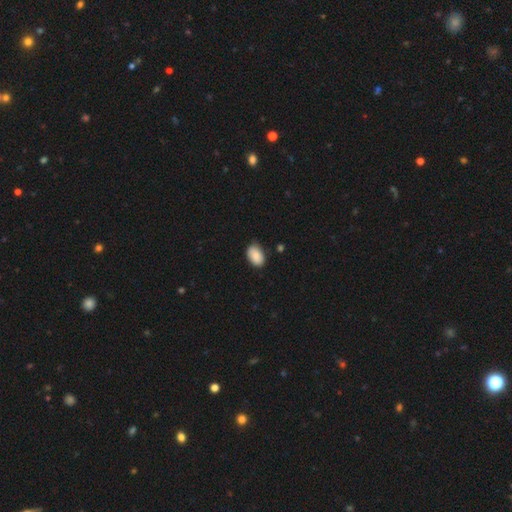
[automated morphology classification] Smooth or featured?
  - smooth: 87% *
  - star or artifact: 7%
  - featured or disk: 6%
How rounded?
  - in between: 89% *
  - round: 9%
  - cigar-shaped: 1%
Merging?
  - none: 76% *
  - minor disturbance: 20%
  - major disturbance: 3%
  - merger: 2%